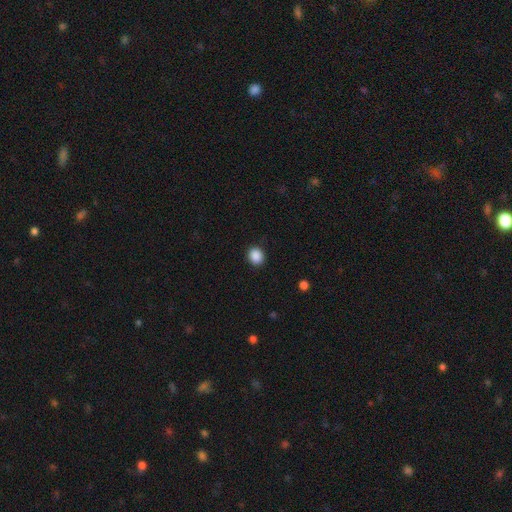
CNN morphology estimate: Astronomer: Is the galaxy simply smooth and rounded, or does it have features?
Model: smooth — 88%.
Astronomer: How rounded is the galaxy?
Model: round — 77%.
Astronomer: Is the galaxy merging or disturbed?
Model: none — 90%.